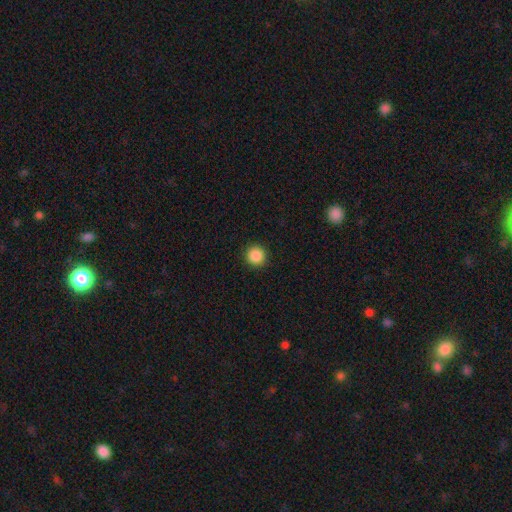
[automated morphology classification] A smooth galaxy with no disk features (88%) that is round (95%). Merging: none (92%).